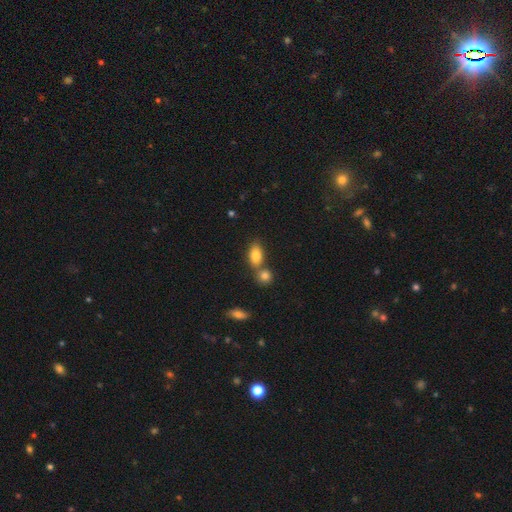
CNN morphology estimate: Smooth or featured: smooth — 82% (featured or disk — 9%)
How rounded: in between — 87% (round — 9%)
Merging: none — 51% (merger — 35%)